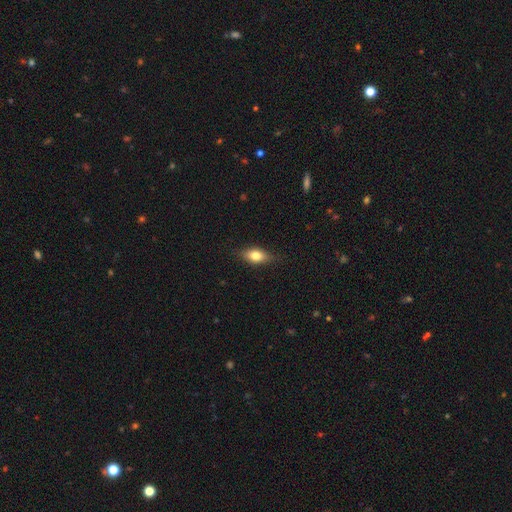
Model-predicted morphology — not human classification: Smooth or featured: smooth — 73% (featured or disk — 19%)
How rounded: in between — 80% (cigar-shaped — 11%)
Merging: none — 81% (minor disturbance — 15%)